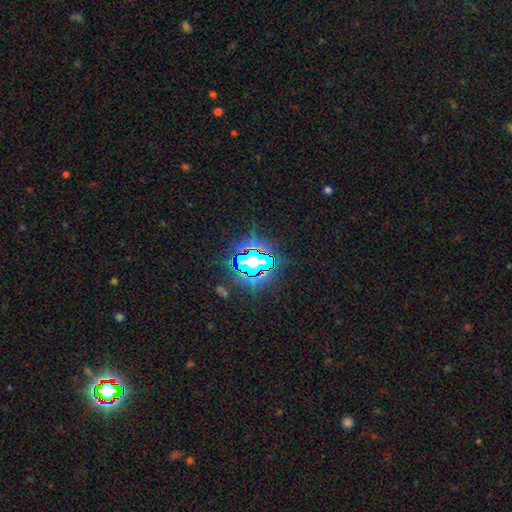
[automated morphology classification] Smooth or featured: star or artifact — 70% (smooth — 18%)